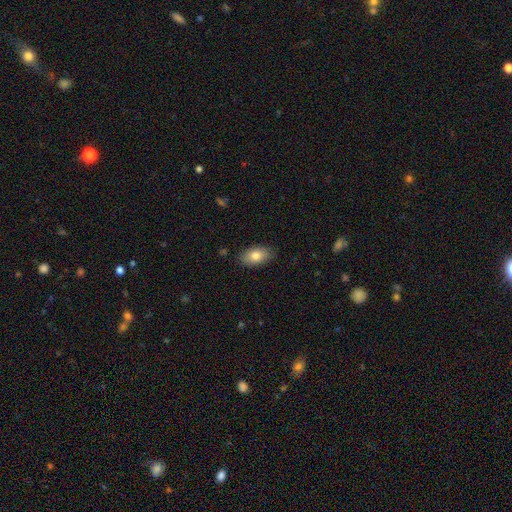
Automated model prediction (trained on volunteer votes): This is clearly a smooth galaxy (81%). How rounded: clearly in between (92%). Merging: clearly none (85%).